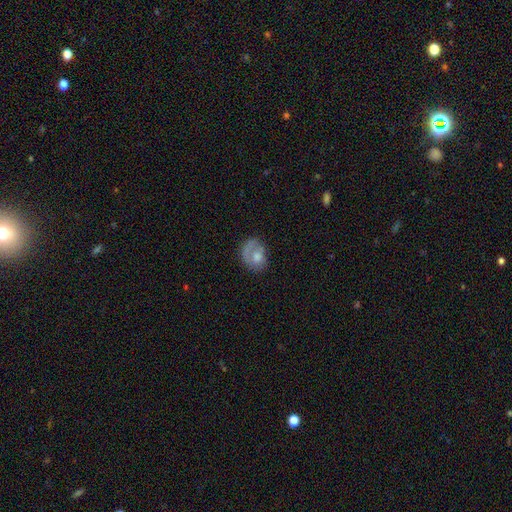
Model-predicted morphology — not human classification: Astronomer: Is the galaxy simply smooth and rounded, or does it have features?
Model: smooth — 53% (runner-up: featured or disk, 40%).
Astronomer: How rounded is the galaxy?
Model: in between — 56% (runner-up: round, 43%).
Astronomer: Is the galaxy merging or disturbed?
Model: none — 45% (runner-up: major disturbance, 26%).